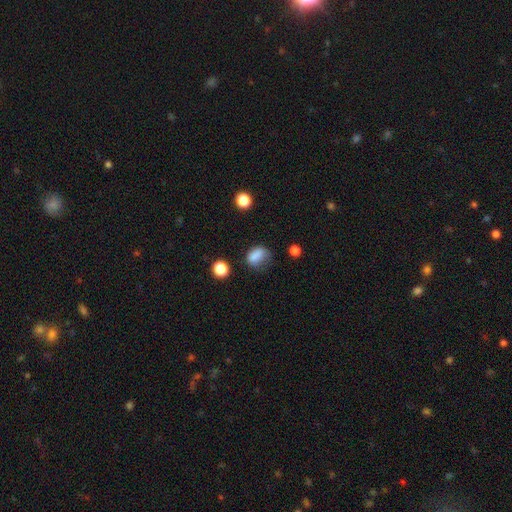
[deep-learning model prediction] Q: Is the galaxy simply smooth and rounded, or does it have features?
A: smooth — 81%.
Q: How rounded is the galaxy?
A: in between — 69%.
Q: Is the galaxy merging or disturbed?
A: none — 48%.